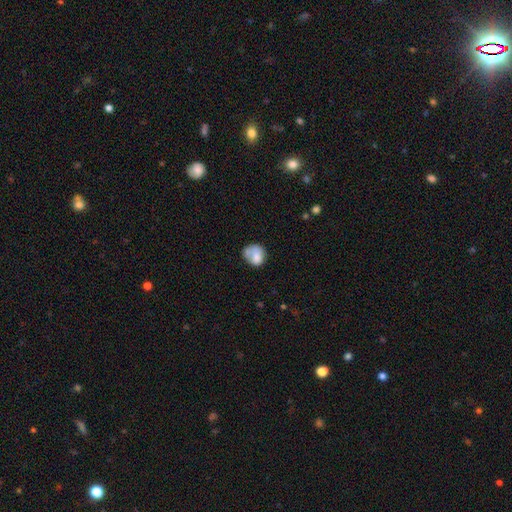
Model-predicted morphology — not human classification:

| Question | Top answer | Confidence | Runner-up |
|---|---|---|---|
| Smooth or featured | smooth | 72% | featured or disk (20%) |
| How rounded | round | 67% | in between (32%) |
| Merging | none | 43% | minor disturbance (28%) |